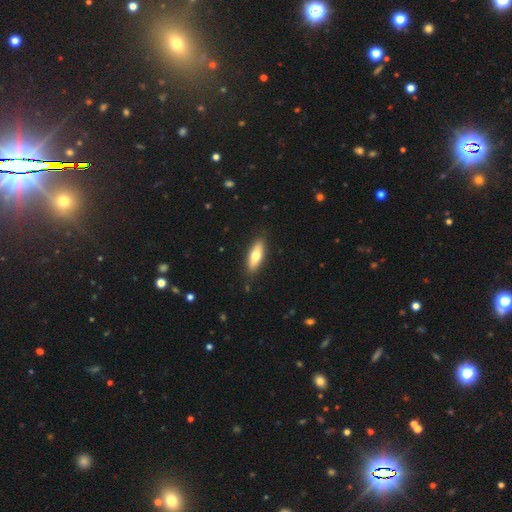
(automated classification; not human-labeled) A smooth galaxy with no disk features (63%) that is in between round and cigar-shaped (60%).

Vote fractions:
- Smooth or featured? smooth: 63% / featured or disk: 31% / star or artifact: 6%
- How rounded? in between: 60% / cigar-shaped: 37% / round: 2%
- Merging? none: 88% / minor disturbance: 9% / major disturbance: 2% / merger: 1%